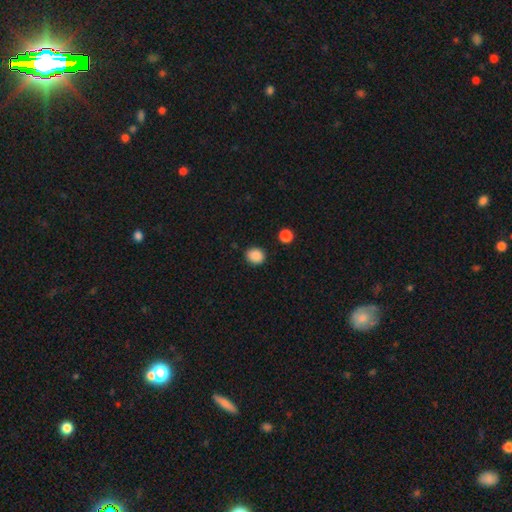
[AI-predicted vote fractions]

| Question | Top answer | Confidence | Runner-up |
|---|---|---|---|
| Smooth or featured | smooth | 87% | star or artifact (9%) |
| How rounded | round | 71% | in between (28%) |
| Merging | none | 85% | minor disturbance (11%) |